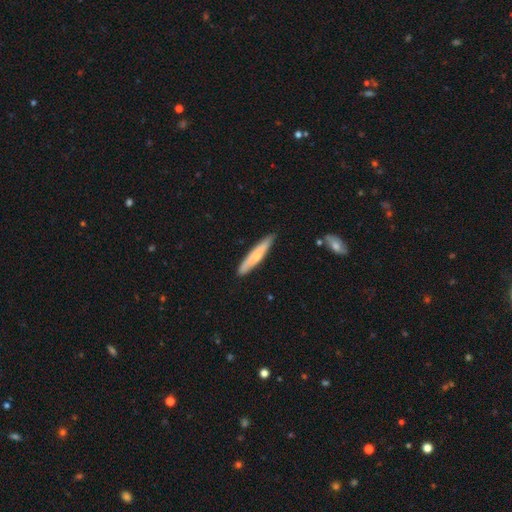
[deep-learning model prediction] A smooth galaxy with no disk features (65%) that is cigar-shaped (91%). Merging: none (86%).